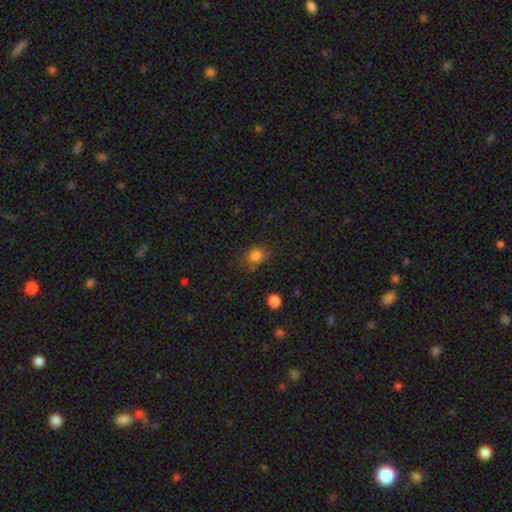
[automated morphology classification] smooth-or-featured: smooth: 80% | star or artifact: 14% | featured or disk: 7%
  how-rounded: round: 57% | in between: 42% | cigar-shaped: 1%
  merging: none: 69% | minor disturbance: 20% | major disturbance: 7% | merger: 4%